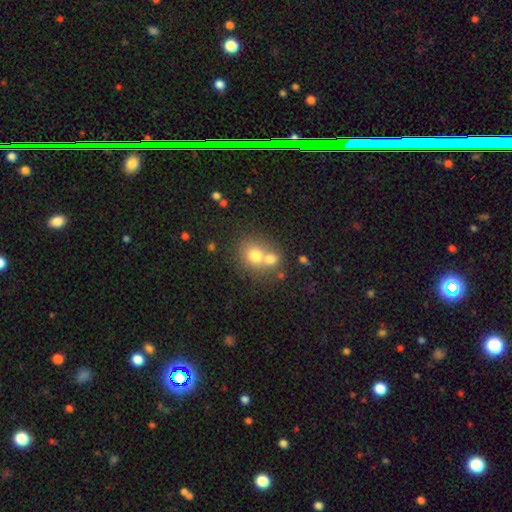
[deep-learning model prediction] Q: Smooth or featured?
A: smooth (72%); runner-up: featured or disk (17%)
Q: How rounded?
A: round (76%); runner-up: in between (23%)
Q: Merging?
A: merger (55%); runner-up: none (35%)